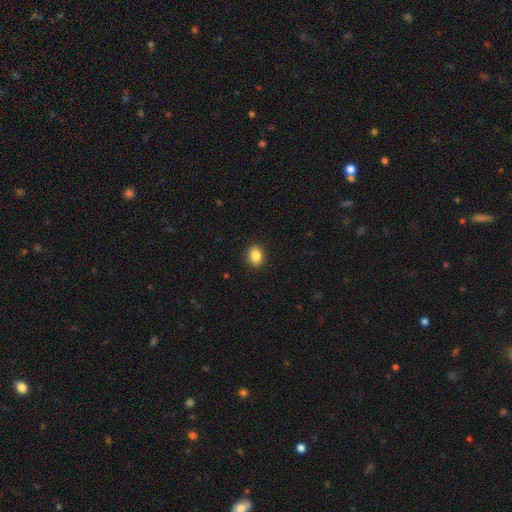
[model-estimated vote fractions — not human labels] Smooth or featured: smooth — 86% (star or artifact — 9%)
How rounded: in between — 60% (round — 39%)
Merging: none — 90% (minor disturbance — 7%)